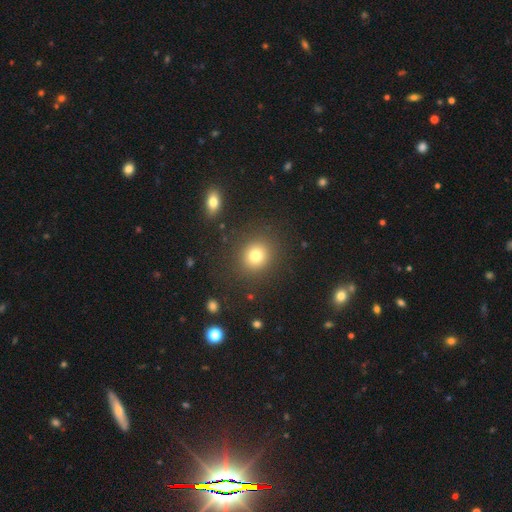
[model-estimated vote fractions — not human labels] A smooth galaxy with no disk features (79%) that is round (85%). Merging: none (87%).